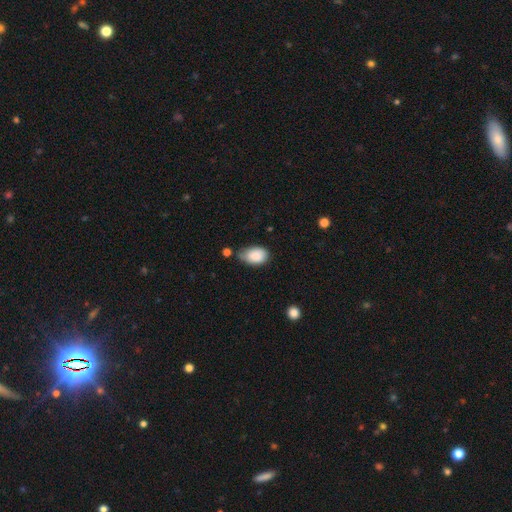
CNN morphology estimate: smooth-or-featured: smooth: 87% | star or artifact: 7% | featured or disk: 6%
  how-rounded: in between: 89% | round: 9% | cigar-shaped: 1%
  merging: none: 49% | minor disturbance: 36% | merger: 8% | major disturbance: 7%